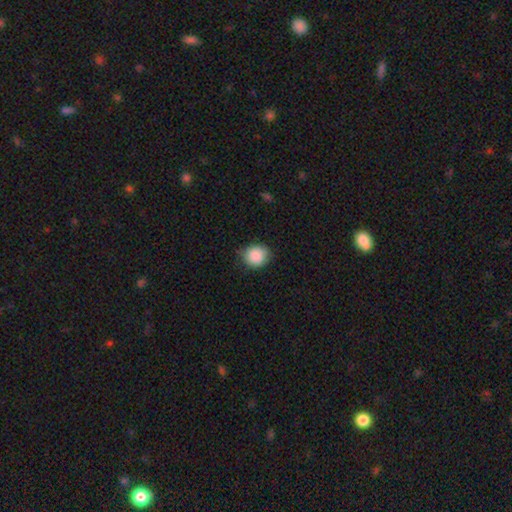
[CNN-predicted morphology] Smooth or featured? Predicted: smooth (p=0.89). How rounded? Predicted: round (p=0.76). Merging? Predicted: none (p=0.77).